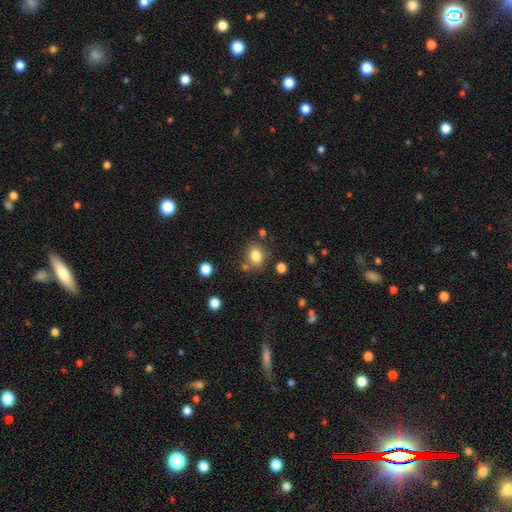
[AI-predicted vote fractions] smooth 82%, star or artifact 11%, featured or disk 7%. Down the decision tree: how rounded — round (61%); merging — none (74%).